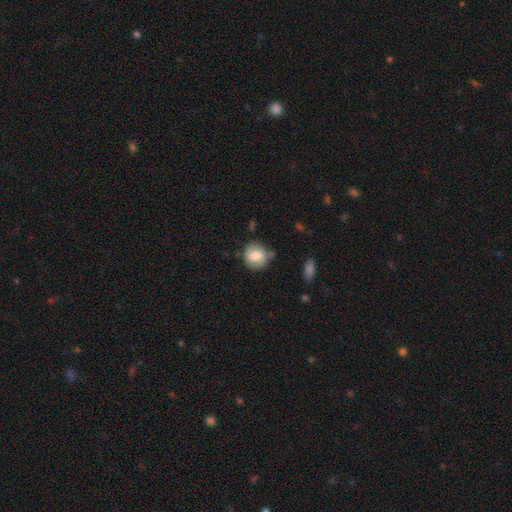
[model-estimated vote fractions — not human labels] The model was most divided on "merging": none: 72%, minor disturbance: 18%, merger: 6%, major disturbance: 4%. More confident: how rounded — round (84%); smooth or featured — smooth (80%).